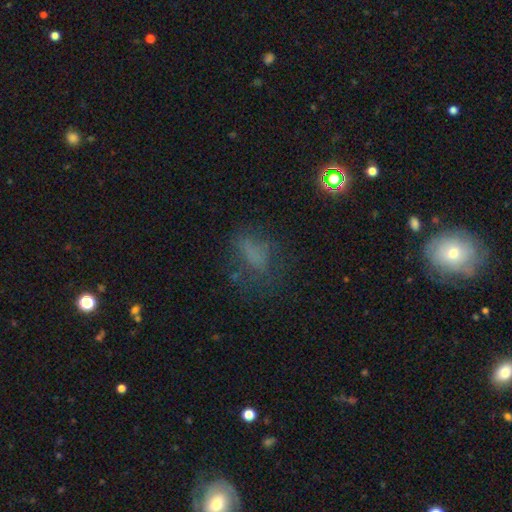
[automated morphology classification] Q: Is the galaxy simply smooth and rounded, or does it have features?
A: smooth — 55%.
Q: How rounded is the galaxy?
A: in between — 72%.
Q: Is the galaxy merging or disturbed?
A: none — 56%.